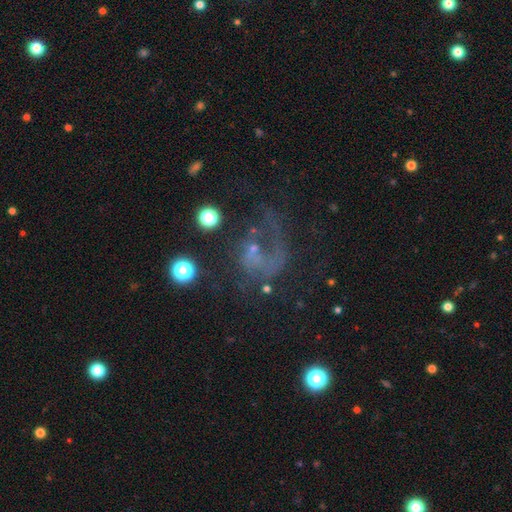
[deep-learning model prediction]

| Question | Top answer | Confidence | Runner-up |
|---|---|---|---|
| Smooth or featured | featured or disk | 56% | smooth (22%) |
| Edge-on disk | no | 98% | yes (2%) |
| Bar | no | 79% | weak (17%) |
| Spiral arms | yes | 59% | no (41%) |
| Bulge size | none | 45% | small (40%) |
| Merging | major disturbance | 42% | none (35%) |